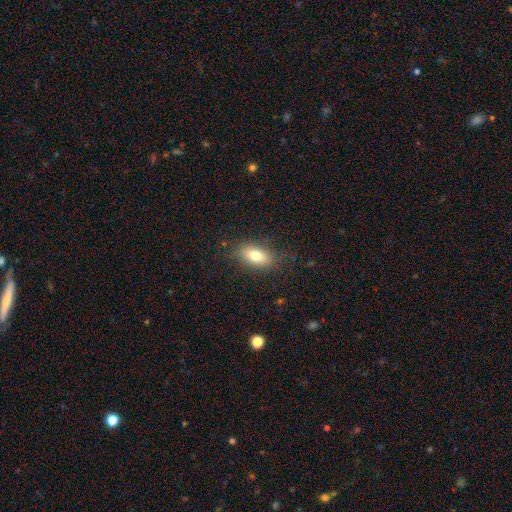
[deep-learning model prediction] Smooth or featured: smooth — 77% (featured or disk — 15%)
How rounded: in between — 85% (cigar-shaped — 9%)
Merging: none — 82% (minor disturbance — 13%)